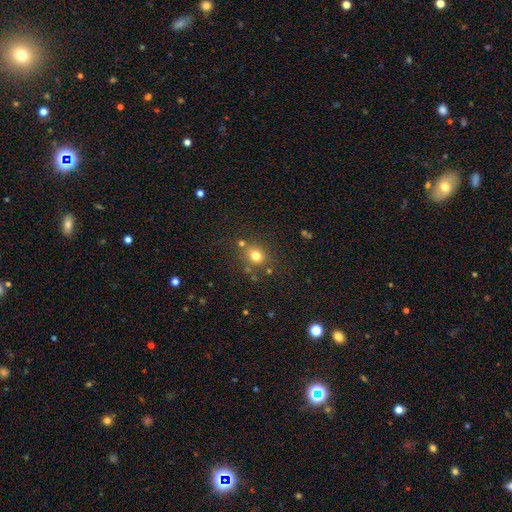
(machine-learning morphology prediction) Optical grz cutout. It shows a smooth galaxy with no disk features (75%) that is round (80%). Merging: none (74%).